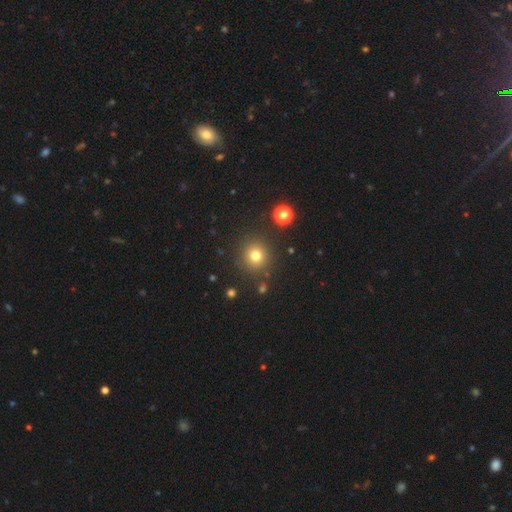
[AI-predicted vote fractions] smooth-or-featured: smooth: 76% | star or artifact: 16% | featured or disk: 8%
  how-rounded: round: 93% | in between: 6% | cigar-shaped: 1%
  merging: none: 86% | minor disturbance: 7% | major disturbance: 3% | merger: 3%